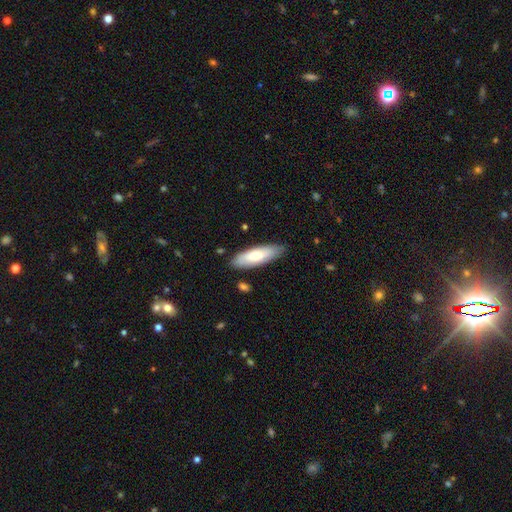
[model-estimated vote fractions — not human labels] Overall: smooth (71%). How rounded: in between (53%; cigar-shaped 46%). Merging: none (84%).